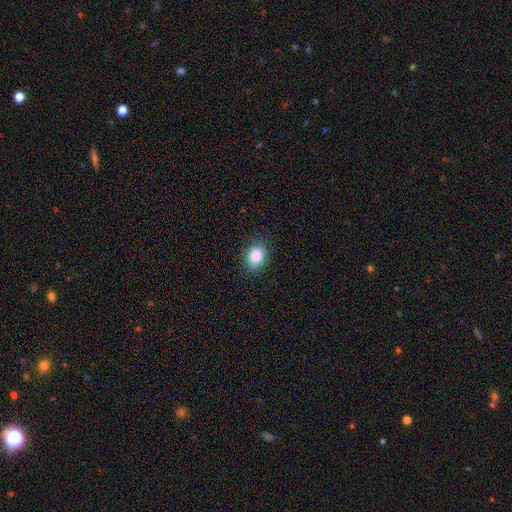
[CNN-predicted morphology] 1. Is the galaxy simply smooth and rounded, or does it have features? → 85% smooth, 9% star or artifact, 6% featured or disk.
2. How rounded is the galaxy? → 61% in between, 38% round, 1% cigar-shaped.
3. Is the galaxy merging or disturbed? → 83% none, 13% minor disturbance, 3% major disturbance, 1% merger.